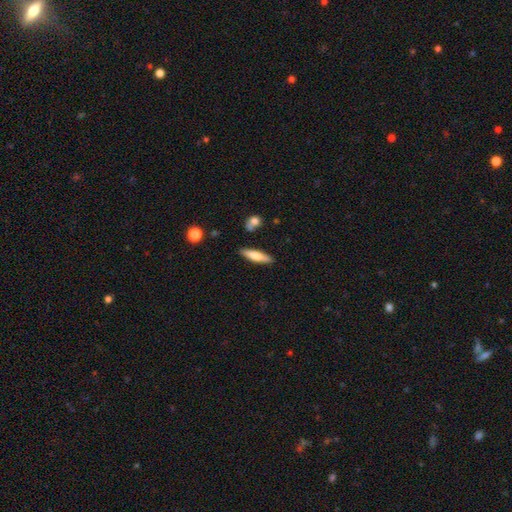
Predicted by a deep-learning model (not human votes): A smooth galaxy with no disk features (68%) that is cigar-shaped (71%). Merging: none (83%).